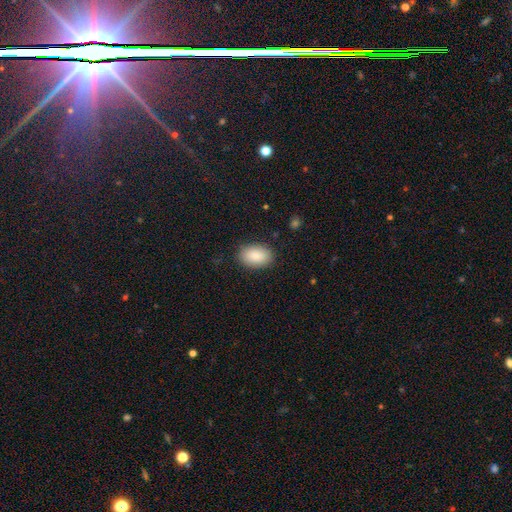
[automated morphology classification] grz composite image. It shows a smooth galaxy with no disk features (88%) that is in between round and cigar-shaped (89%). Merging: none (87%).